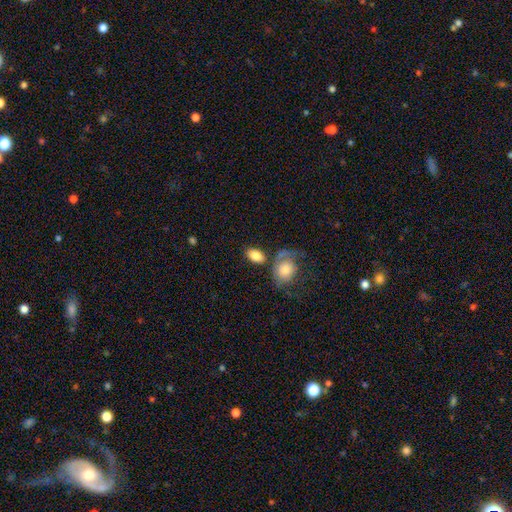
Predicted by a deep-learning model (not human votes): The model was most divided on "merging": none: 59%, merger: 20%, minor disturbance: 13%, major disturbance: 7%. More confident: how rounded — in between (87%); smooth or featured — smooth (83%).